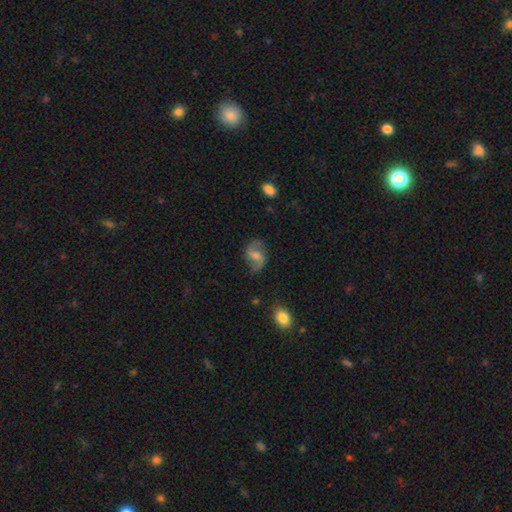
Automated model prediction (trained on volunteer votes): Overall: featured or disk (70%). Edge-on disk: no (97%). Bar: weak (49%; no 32%). Spiral arms: yes (91%). Spiral arm count: 2 (91%). Spiral winding: loose (58%; medium 33%). Bulge size: moderate (50%; small 39%). Merging: none (76%).